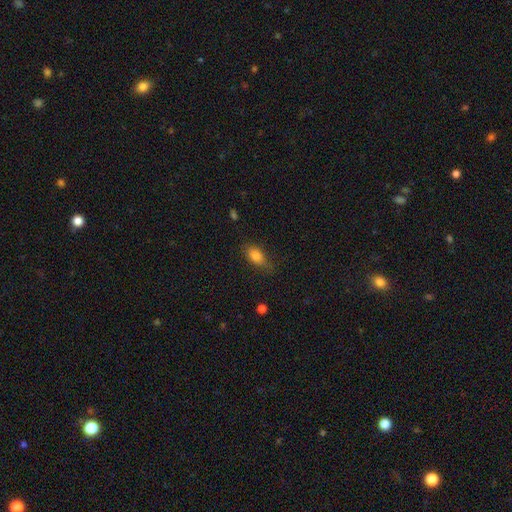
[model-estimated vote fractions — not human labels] A smooth galaxy with no disk features (82%) that is in between round and cigar-shaped (85%). Merging: none (69%).